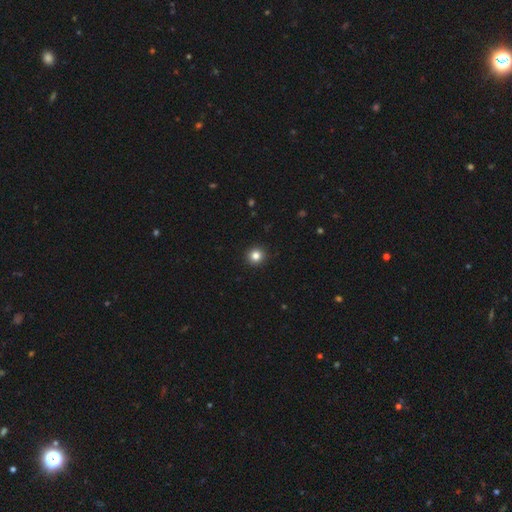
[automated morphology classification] smooth 83%, star or artifact 11%, featured or disk 5%. Down the decision tree: how rounded — round (94%); merging — none (93%).